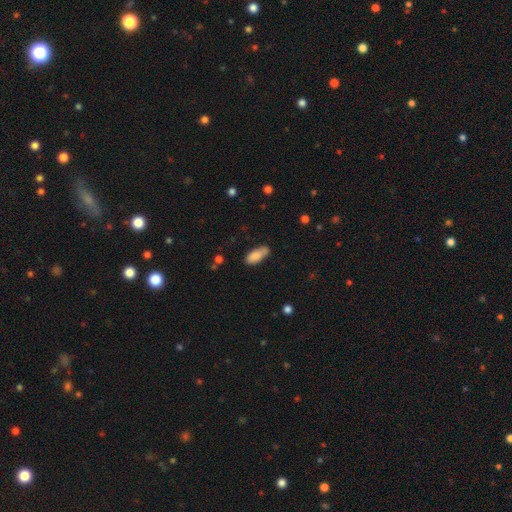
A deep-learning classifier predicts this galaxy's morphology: A smooth galaxy with no disk features (85%) that is in between round and cigar-shaped (83%). Merging: none (68%).